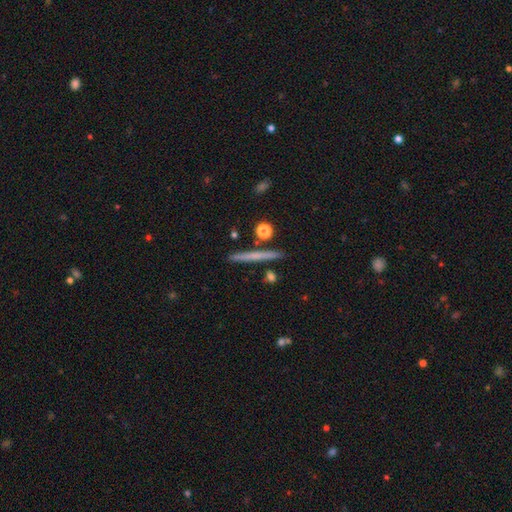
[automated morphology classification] Smooth or featured? Predicted: smooth (p=0.53). How rounded? Predicted: cigar-shaped (p=0.93). Merging? Predicted: none (p=0.89).